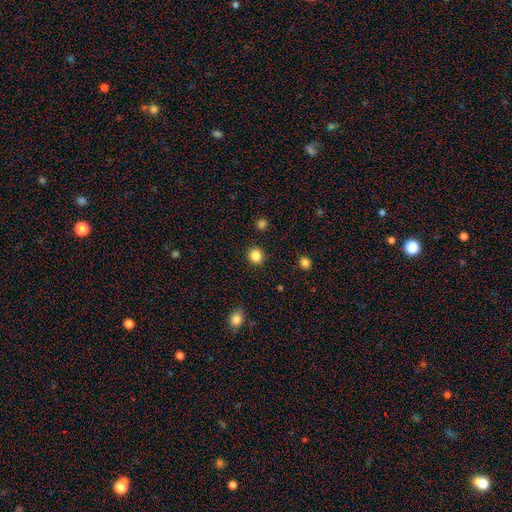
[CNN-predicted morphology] This appears to be a smooth galaxy with no disk features (85%) that is round (88%). Merging: none (91%).